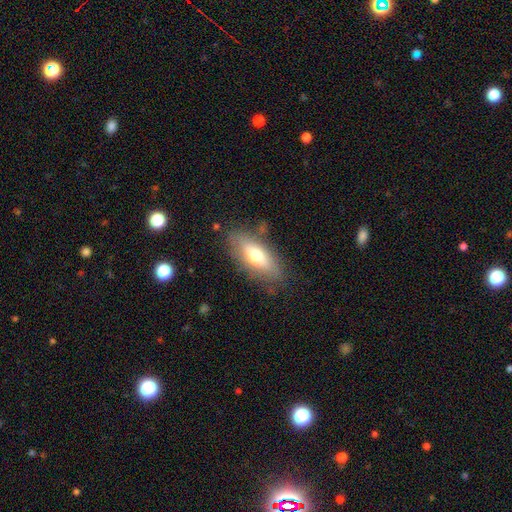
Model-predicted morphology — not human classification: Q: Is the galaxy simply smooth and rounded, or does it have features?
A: smooth — 62%.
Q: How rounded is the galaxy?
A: in between — 69%.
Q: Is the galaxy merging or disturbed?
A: none — 79%.